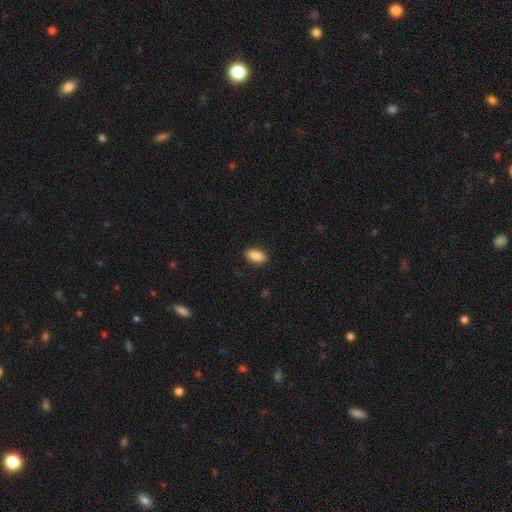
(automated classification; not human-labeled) Smooth or featured: smooth — 89% (star or artifact — 7%)
How rounded: in between — 92% (round — 6%)
Merging: none — 89% (minor disturbance — 8%)